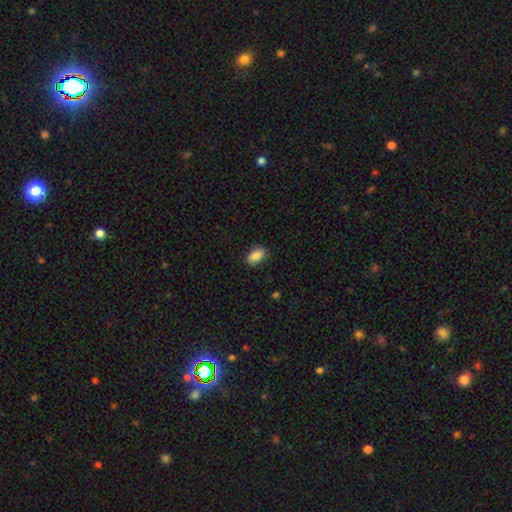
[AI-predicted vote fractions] smooth 87%, star or artifact 7%, featured or disk 6%. Down the decision tree: how rounded — in between (92%); merging — none (85%).